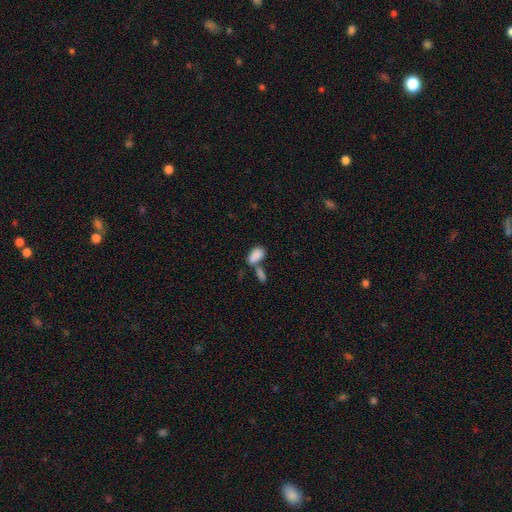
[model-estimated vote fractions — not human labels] smooth 84%, star or artifact 8%, featured or disk 8%. Down the decision tree: how rounded — in between (92%); merging — merger (55%).